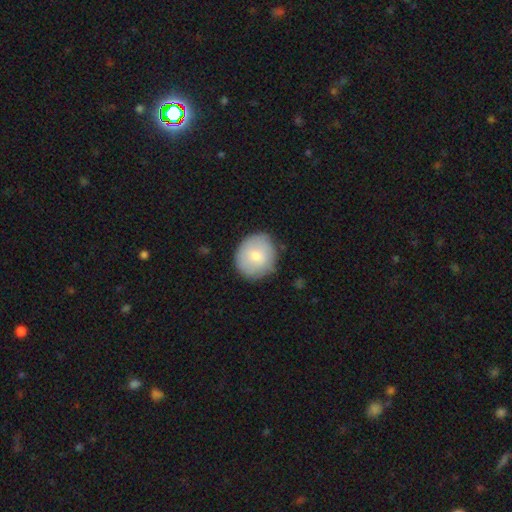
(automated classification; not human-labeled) Smooth or featured?
  - smooth: 75% *
  - featured or disk: 18%
  - star or artifact: 7%
How rounded?
  - round: 82% *
  - in between: 17%
  - cigar-shaped: 1%
Merging?
  - none: 80% *
  - minor disturbance: 15%
  - major disturbance: 3%
  - merger: 1%